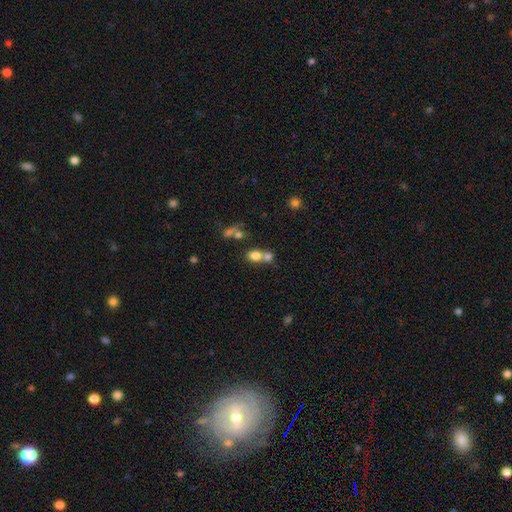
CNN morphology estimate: smooth 76%, star or artifact 13%, featured or disk 11%. Down the decision tree: how rounded — round (55%); merging — merger (50%).